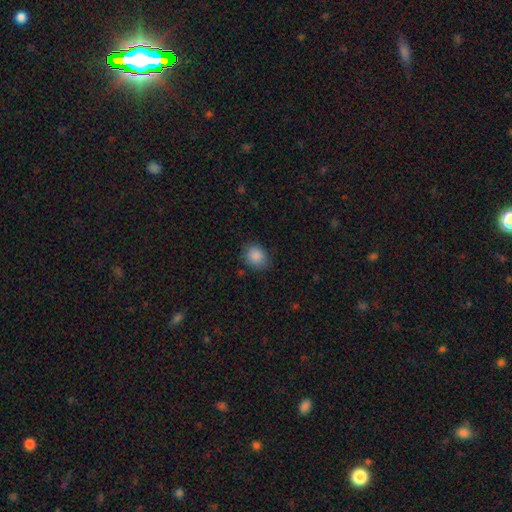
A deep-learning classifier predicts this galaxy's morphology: A smooth galaxy with no disk features (88%) that is round (62%). Merging: none (81%).